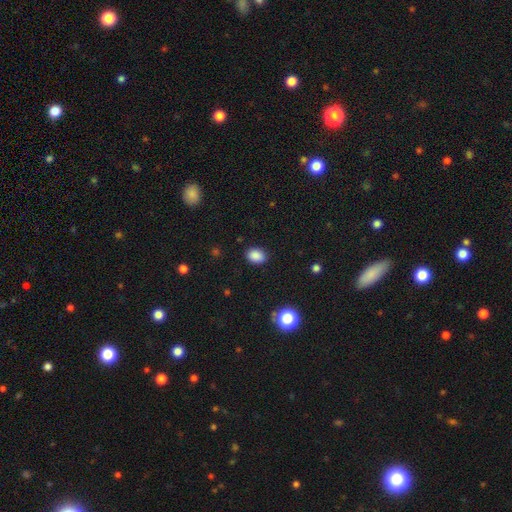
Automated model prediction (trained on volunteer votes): smooth 87%, star or artifact 10%, featured or disk 3%. Down the decision tree: how rounded — in between (70%); merging — none (87%).